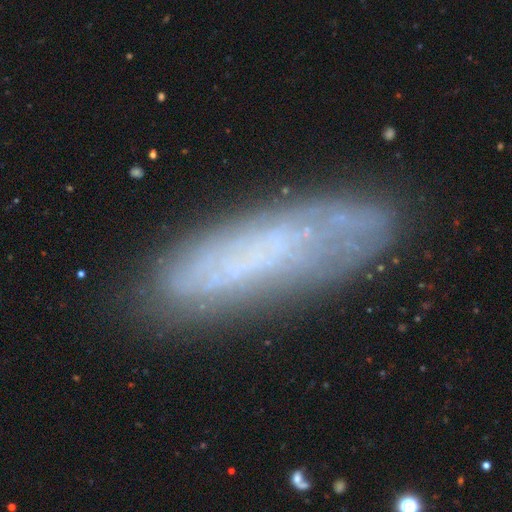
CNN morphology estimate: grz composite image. It shows a smooth galaxy with no disk features (45%). Merging: none (74%).